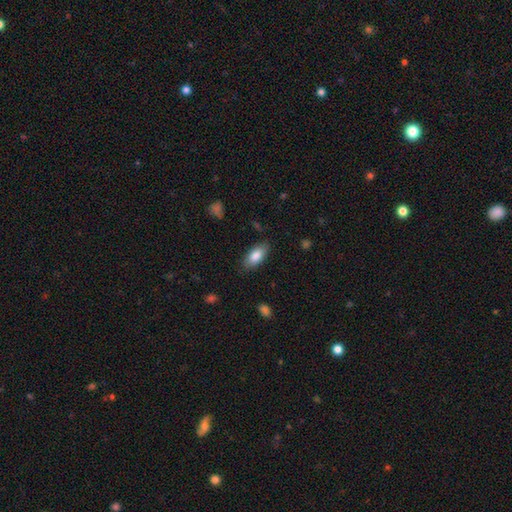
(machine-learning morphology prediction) smooth_or_featured: smooth (p=0.83) [alt: featured or disk p=0.10]
how_rounded: in between (p=0.88) [alt: cigar-shaped p=0.10]
merging: none (p=0.83) [alt: minor disturbance p=0.13]